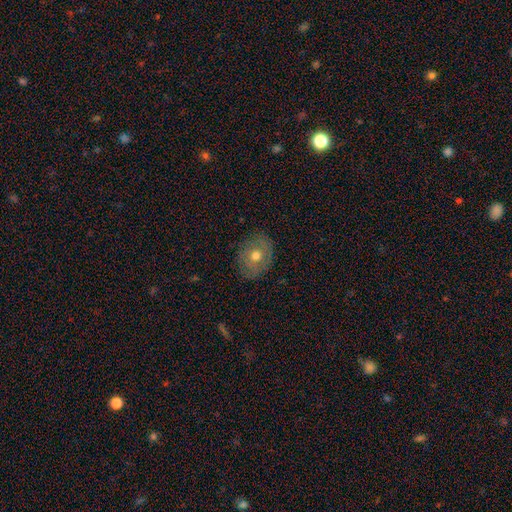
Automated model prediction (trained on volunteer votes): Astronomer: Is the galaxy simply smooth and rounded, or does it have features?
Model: smooth — 48% (runner-up: featured or disk, 42%).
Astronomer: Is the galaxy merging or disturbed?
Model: none — 82%.